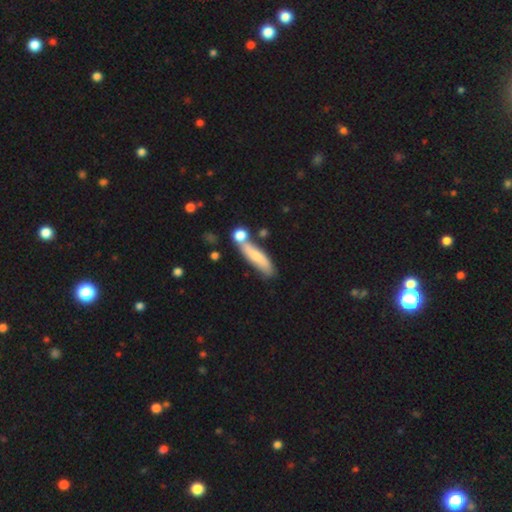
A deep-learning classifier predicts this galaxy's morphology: Q: Smooth or featured?
A: smooth (70%); runner-up: featured or disk (23%)
Q: How rounded?
A: cigar-shaped (72%); runner-up: in between (25%)
Q: Merging?
A: none (56%); runner-up: merger (21%)